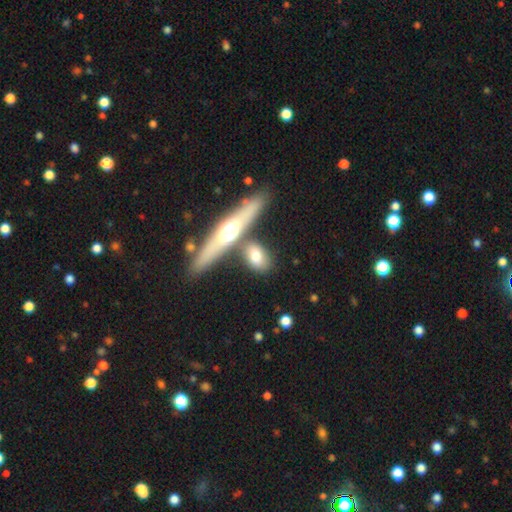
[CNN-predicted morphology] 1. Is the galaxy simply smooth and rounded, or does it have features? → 68% smooth, 25% featured or disk, 7% star or artifact.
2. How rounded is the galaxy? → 62% in between, 22% cigar-shaped, 16% round.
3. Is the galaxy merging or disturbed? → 65% none, 19% merger, 12% minor disturbance, 4% major disturbance.